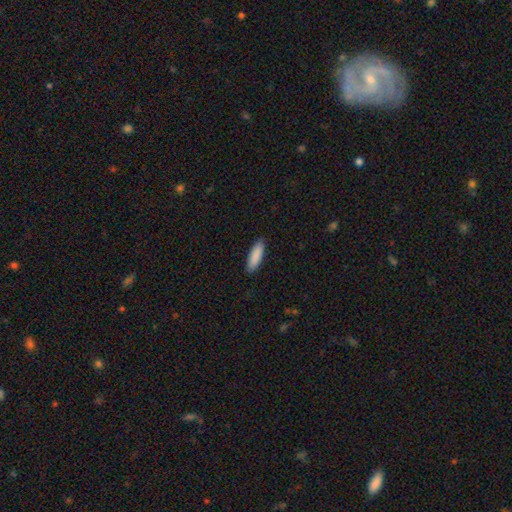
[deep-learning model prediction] Smooth or featured: smooth — 89% (star or artifact — 6%)
How rounded: in between — 51% (cigar-shaped — 48%)
Merging: none — 87% (minor disturbance — 10%)